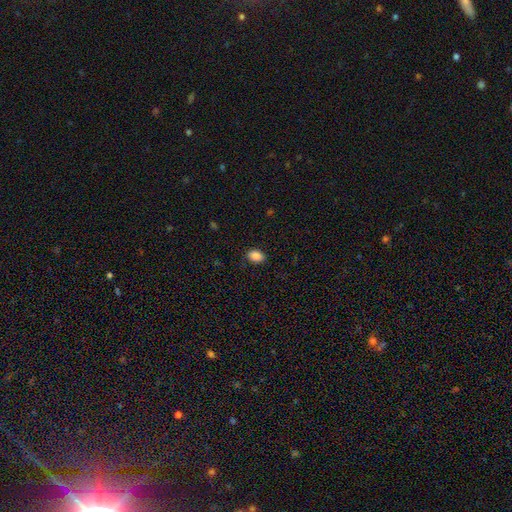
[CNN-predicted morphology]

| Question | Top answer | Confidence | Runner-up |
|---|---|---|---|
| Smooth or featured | smooth | 87% | star or artifact (9%) |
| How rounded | in between | 76% | round (23%) |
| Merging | none | 86% | minor disturbance (10%) |